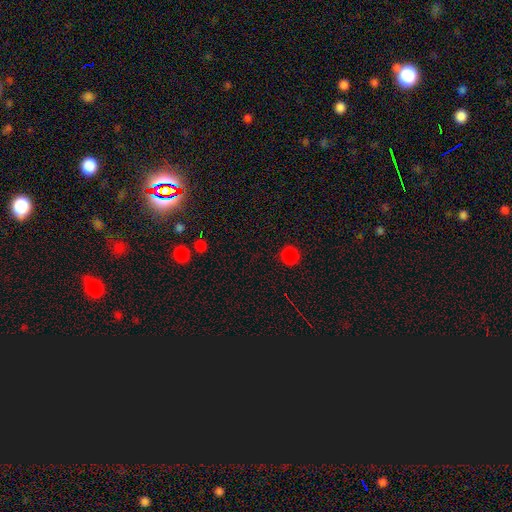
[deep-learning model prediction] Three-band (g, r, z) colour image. It shows a smooth galaxy with no disk features (65%) that is round (86%). Merging: none (88%).